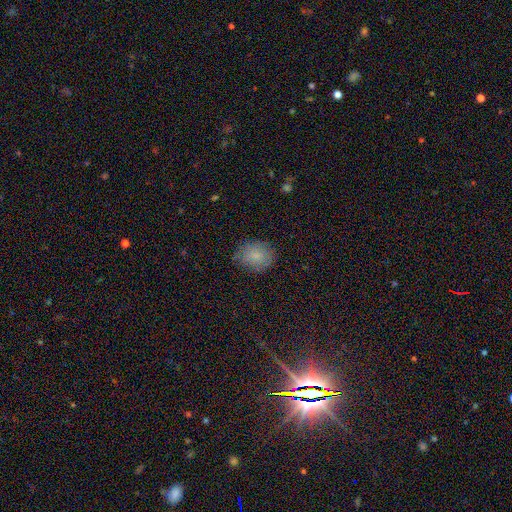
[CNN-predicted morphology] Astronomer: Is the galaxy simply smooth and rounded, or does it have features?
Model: smooth — 80%.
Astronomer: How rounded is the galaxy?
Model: round — 53% (runner-up: in between, 46%).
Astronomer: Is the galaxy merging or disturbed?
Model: none — 78%.